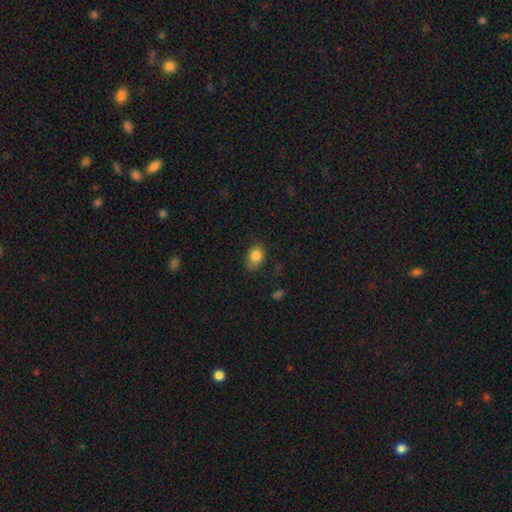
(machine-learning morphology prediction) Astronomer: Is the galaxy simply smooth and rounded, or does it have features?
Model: smooth — 83%.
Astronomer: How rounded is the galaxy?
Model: in between — 63%.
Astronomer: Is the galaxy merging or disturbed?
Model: none — 61%.